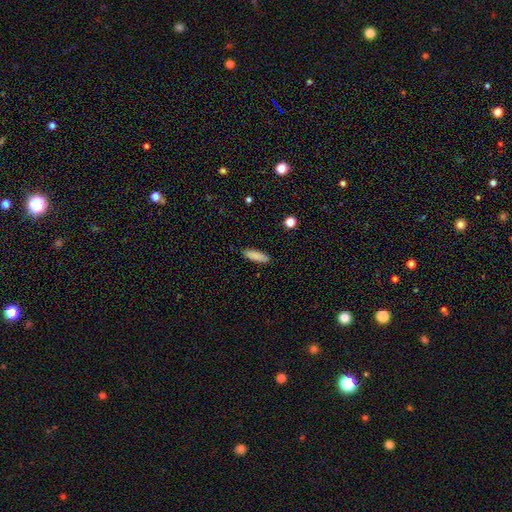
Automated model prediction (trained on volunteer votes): A smooth galaxy with no disk features (86%) that is cigar-shaped (51%).

Vote fractions:
- Smooth or featured? smooth: 86% / star or artifact: 7% / featured or disk: 7%
- How rounded? cigar-shaped: 51% / in between: 47% / round: 2%
- Merging? none: 88% / minor disturbance: 9% / major disturbance: 2% / merger: 1%